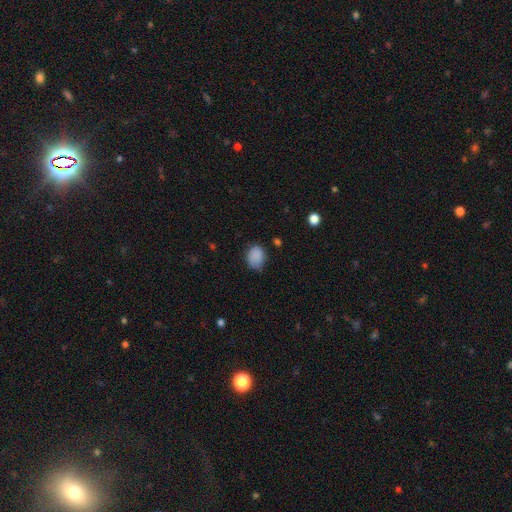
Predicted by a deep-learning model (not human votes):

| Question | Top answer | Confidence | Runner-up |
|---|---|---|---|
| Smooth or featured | smooth | 85% | star or artifact (9%) |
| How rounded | in between | 63% | round (36%) |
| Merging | none | 58% | minor disturbance (33%) |